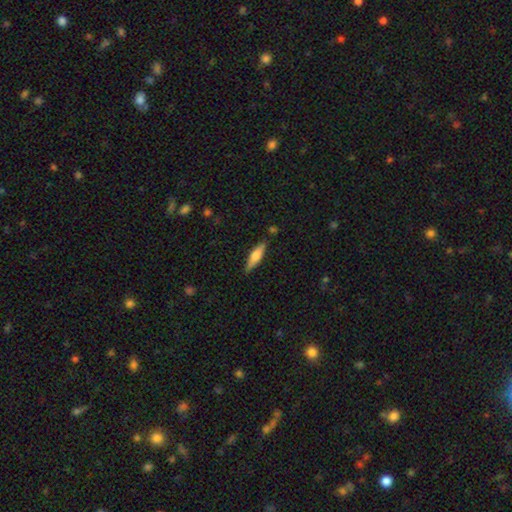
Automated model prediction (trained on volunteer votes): smooth 59%, featured or disk 34%, star or artifact 6%. Down the decision tree: how rounded — cigar-shaped (70%); merging — none (85%).